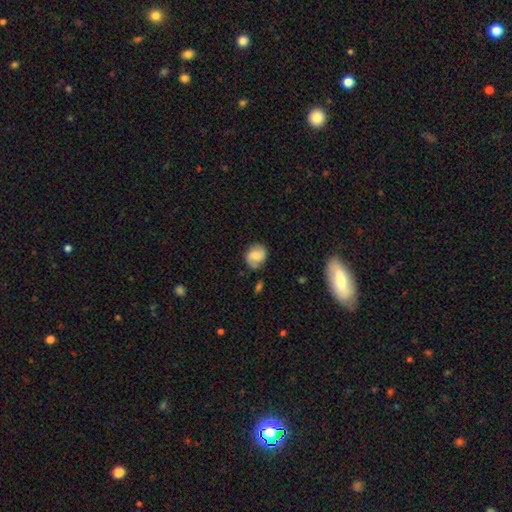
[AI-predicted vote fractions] This is possibly a smooth galaxy (56%). How rounded: likely round (67%). Merging: likely none (74%).